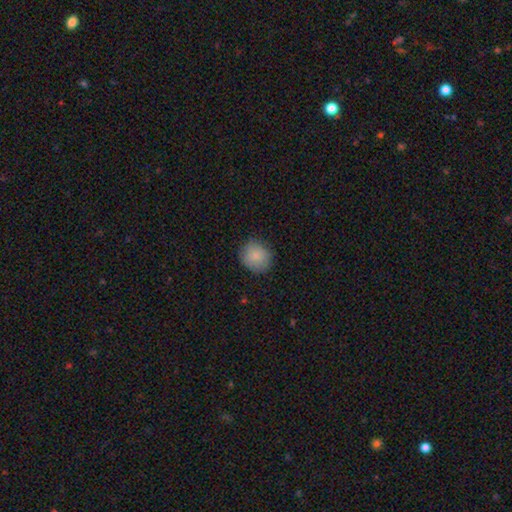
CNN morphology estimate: A smooth galaxy with no disk features (85%) that is round (84%).

Vote fractions:
- Smooth or featured? smooth: 85% / star or artifact: 8% / featured or disk: 7%
- How rounded? round: 84% / in between: 15% / cigar-shaped: 1%
- Merging? none: 84% / minor disturbance: 12% / major disturbance: 3% / merger: 1%